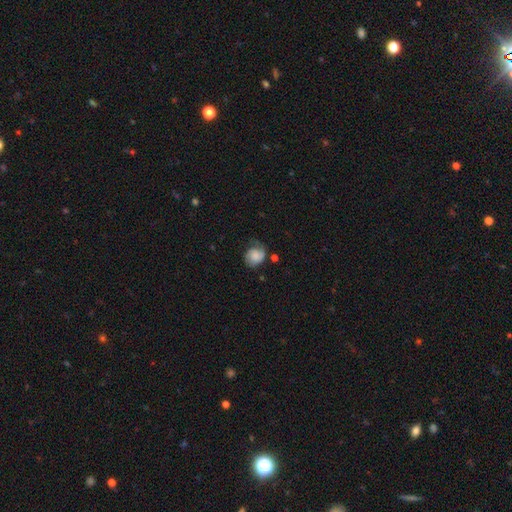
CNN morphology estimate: Smooth or featured? smooth (46%, tied with featured or disk)
Merging? none (46%)